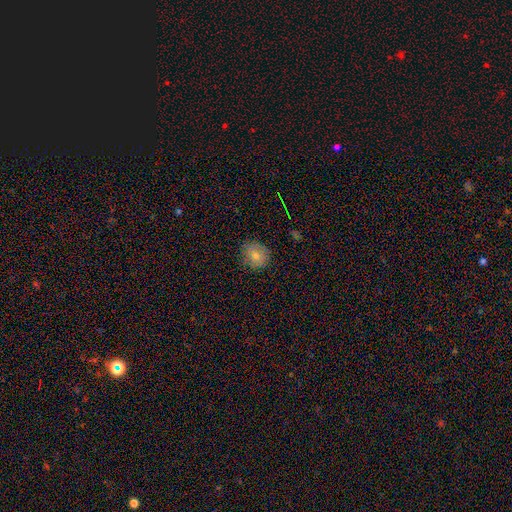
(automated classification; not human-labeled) smooth 67%, featured or disk 17%, star or artifact 16%. Down the decision tree: how rounded — round (83%); merging — none (82%).